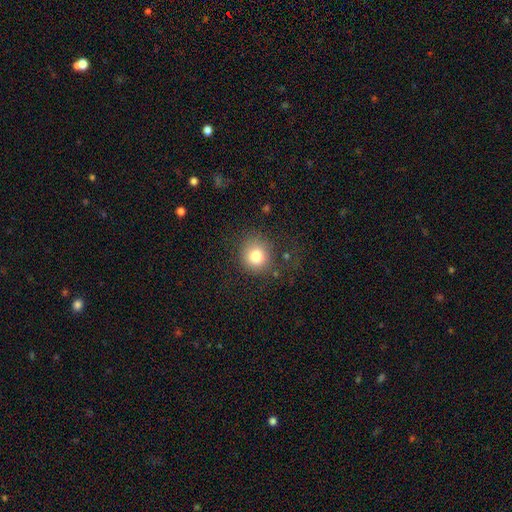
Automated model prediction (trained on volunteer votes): Q: Smooth or featured?
A: smooth (81%); runner-up: star or artifact (11%)
Q: How rounded?
A: round (87%); runner-up: in between (12%)
Q: Merging?
A: none (76%); runner-up: minor disturbance (14%)